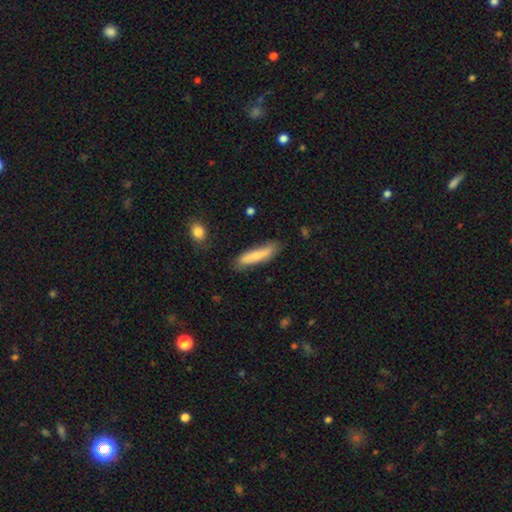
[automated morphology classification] This appears to be a smooth galaxy with no disk features (75%) that is cigar-shaped (83%). Merging: none (76%).